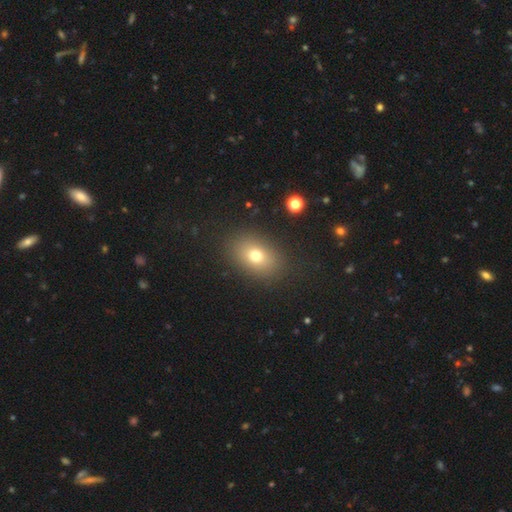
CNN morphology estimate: smooth_or_featured: smooth (p=0.74) [alt: star or artifact p=0.14]
how_rounded: in between (p=0.71) [alt: round p=0.27]
merging: none (p=0.86) [alt: minor disturbance p=0.08]